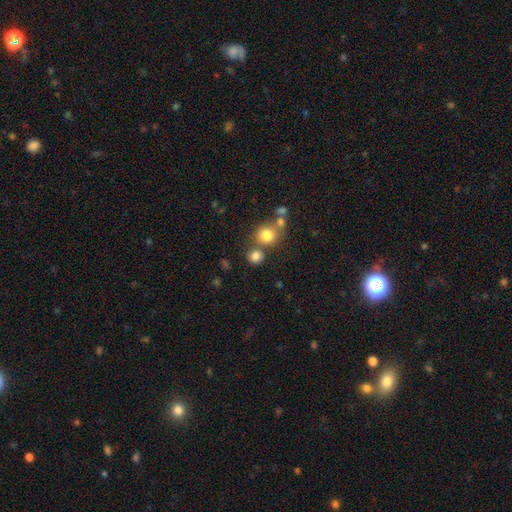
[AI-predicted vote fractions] The model was most divided on "merging": none: 63%, merger: 25%, minor disturbance: 8%, major disturbance: 4%. More confident: how rounded — round (87%); smooth or featured — smooth (80%).